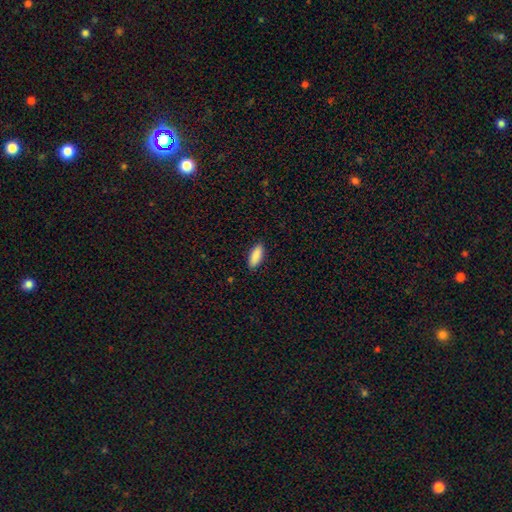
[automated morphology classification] The model was most divided on "how rounded": in between: 75%, cigar-shaped: 23%, round: 2%. More confident: smooth or featured — smooth (90%); merging — none (90%).